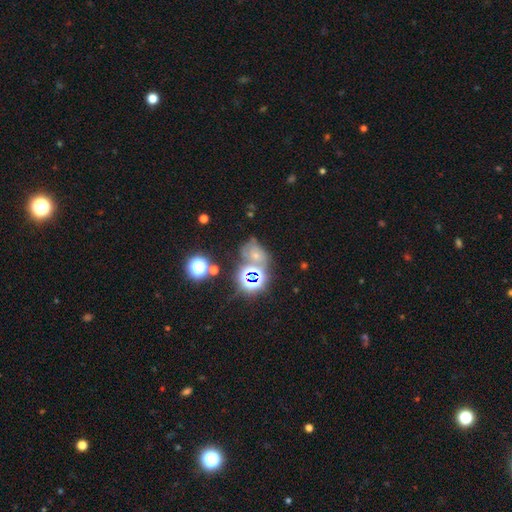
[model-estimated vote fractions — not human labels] A star or artifact, not a galaxy (43%).

Vote fractions:
- Smooth or featured? star or artifact: 43% / smooth: 36% / featured or disk: 21%